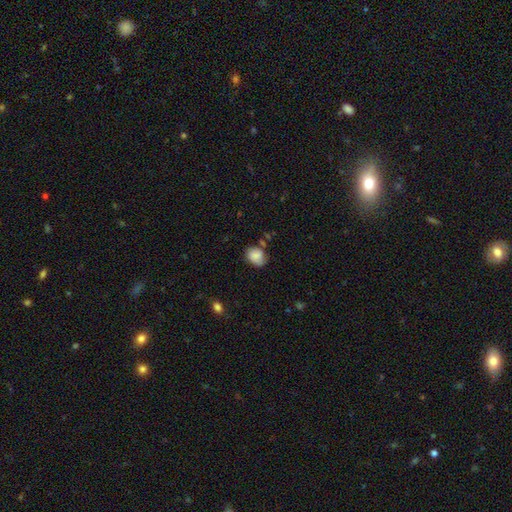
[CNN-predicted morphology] Smooth or featured: smooth — 81% (featured or disk — 10%)
How rounded: in between — 57% (round — 42%)
Merging: none — 60% (minor disturbance — 28%)